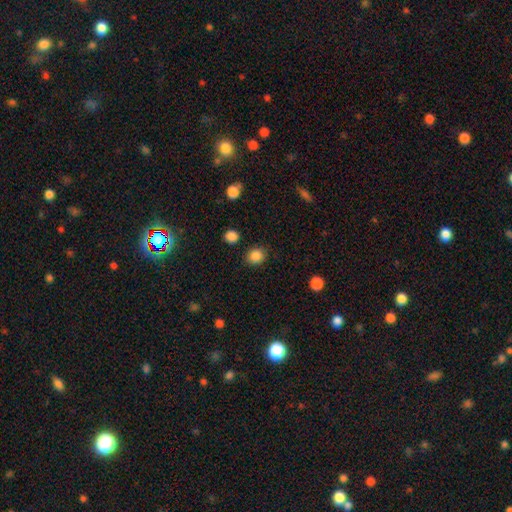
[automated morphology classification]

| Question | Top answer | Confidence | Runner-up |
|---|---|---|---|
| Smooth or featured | smooth | 86% | star or artifact (10%) |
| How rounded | round | 73% | in between (26%) |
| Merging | none | 86% | minor disturbance (9%) |